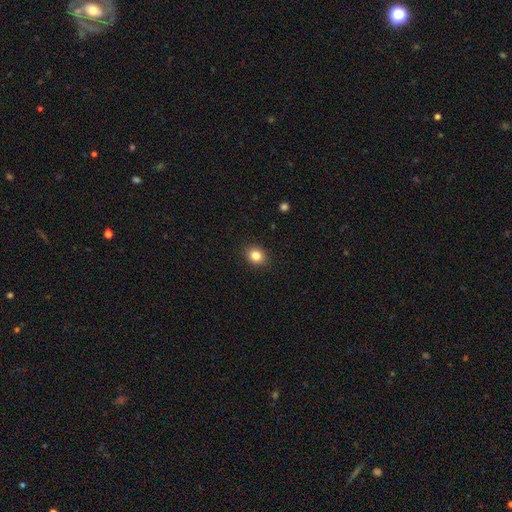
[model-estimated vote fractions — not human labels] A smooth galaxy with no disk features (83%) that is round (60%).

Vote fractions:
- Smooth or featured? smooth: 83% / star or artifact: 10% / featured or disk: 6%
- How rounded? round: 60% / in between: 39% / cigar-shaped: 1%
- Merging? none: 90% / minor disturbance: 7% / major disturbance: 2% / merger: 1%